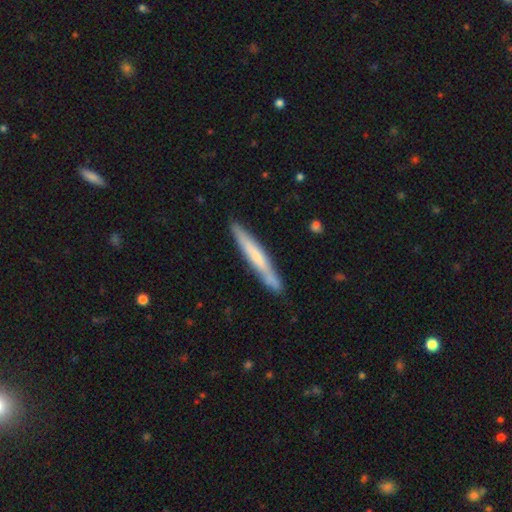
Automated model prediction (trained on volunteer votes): Overall: featured or disk (48%; smooth 47%). Merging: none (85%).